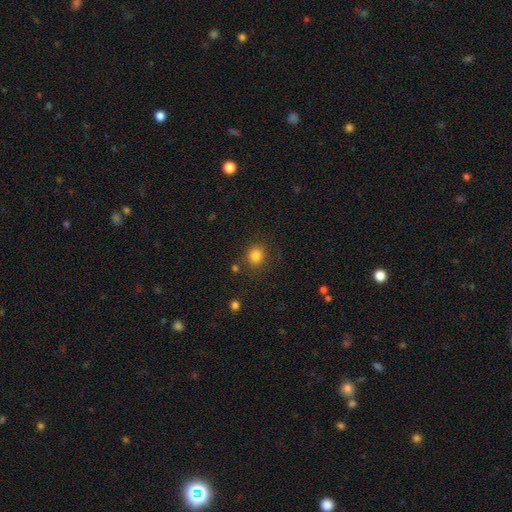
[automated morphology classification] Smooth or featured? Predicted: smooth (p=0.83). How rounded? Predicted: round (p=0.85). Merging? Predicted: none (p=0.83).